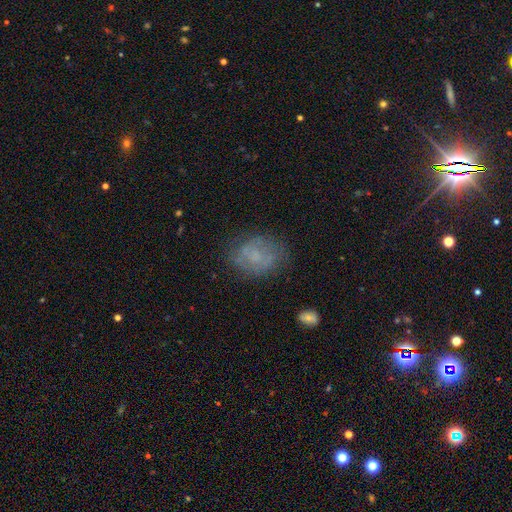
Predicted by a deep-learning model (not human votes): Smooth or featured? Predicted: smooth (p=0.54). How rounded? Predicted: in between (p=0.59). Merging? Predicted: none (p=0.67).